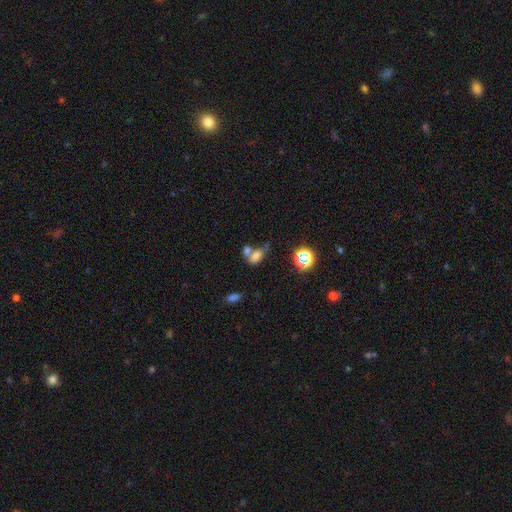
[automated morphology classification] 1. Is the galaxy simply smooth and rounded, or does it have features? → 66% smooth, 17% star or artifact, 16% featured or disk.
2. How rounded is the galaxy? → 81% in between, 15% round, 5% cigar-shaped.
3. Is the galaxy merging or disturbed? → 53% merger, 26% none, 12% minor disturbance, 9% major disturbance.